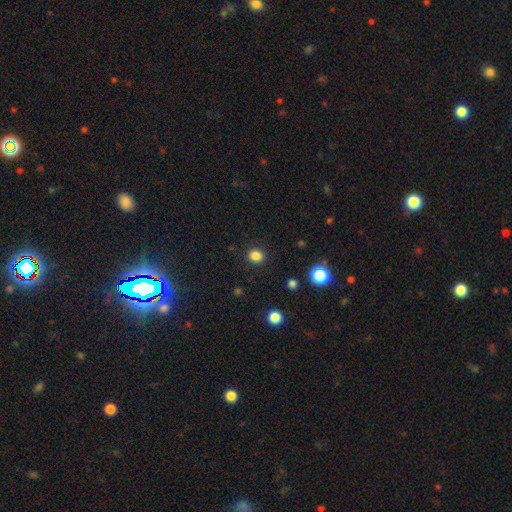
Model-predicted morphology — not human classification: A smooth galaxy with no disk features (84%) that is round (74%). Merging: none (89%).